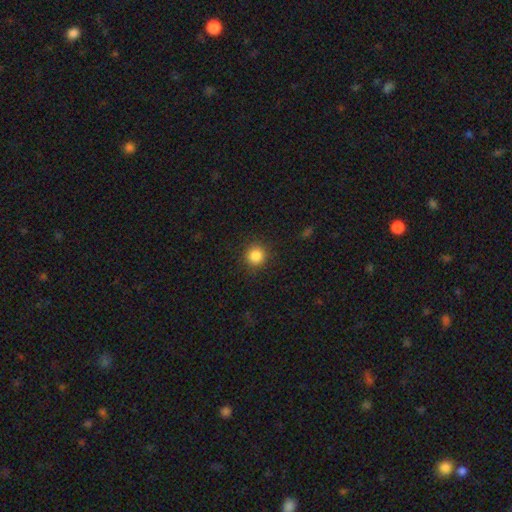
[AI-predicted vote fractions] Smooth or featured?
  - smooth: 86% *
  - star or artifact: 11%
  - featured or disk: 4%
How rounded?
  - round: 93% *
  - in between: 6%
  - cigar-shaped: 1%
Merging?
  - none: 90% *
  - minor disturbance: 6%
  - major disturbance: 2%
  - merger: 1%